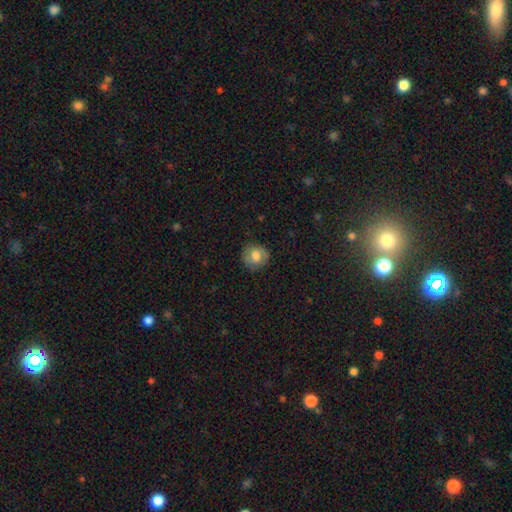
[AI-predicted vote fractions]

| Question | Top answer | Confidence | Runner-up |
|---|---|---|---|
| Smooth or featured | smooth | 74% | featured or disk (17%) |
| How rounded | round | 85% | in between (14%) |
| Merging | none | 84% | minor disturbance (12%) |